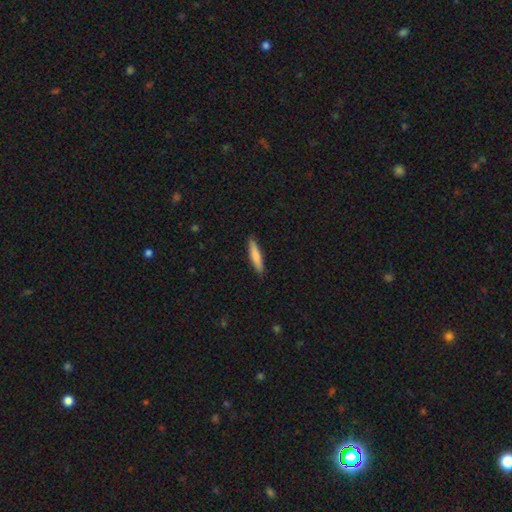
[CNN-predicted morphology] A smooth galaxy with no disk features (77%) that is cigar-shaped (88%).

Vote fractions:
- Smooth or featured? smooth: 77% / featured or disk: 18% / star or artifact: 5%
- How rounded? cigar-shaped: 88% / in between: 11% / round: 1%
- Merging? none: 90% / minor disturbance: 8% / major disturbance: 2% / merger: 1%